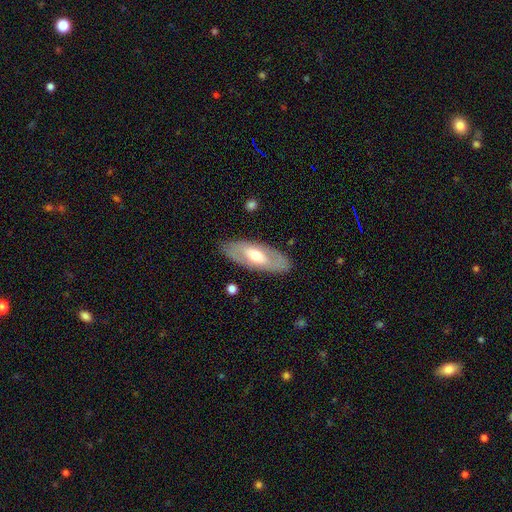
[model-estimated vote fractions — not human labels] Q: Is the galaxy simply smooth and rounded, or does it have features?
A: featured or disk — 57%.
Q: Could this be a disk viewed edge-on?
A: no — 80%.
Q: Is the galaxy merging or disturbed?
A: none — 84%.